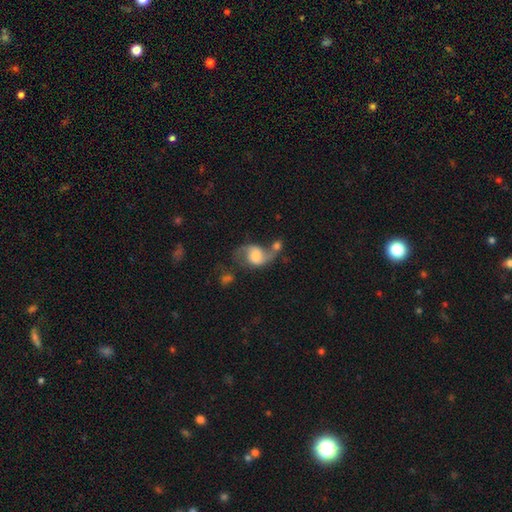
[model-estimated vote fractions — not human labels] Overall: featured or disk (61%; smooth 30%). Edge-on disk: no (97%). Bar: no (54%; weak 37%). Spiral arms: yes (85%). Spiral arm count: 2 (78%). Spiral winding: loose (66%; medium 27%). Bulge size: moderate (34%; large 30%). Merging: merger (38%; none 26%).